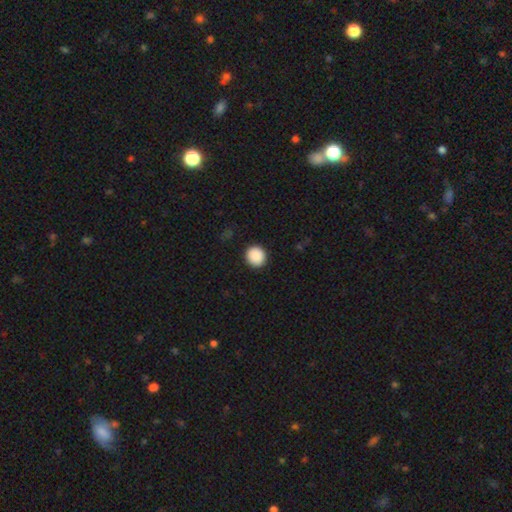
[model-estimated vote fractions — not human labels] smooth_or_featured: smooth (p=0.90) [alt: star or artifact p=0.07]
how_rounded: round (p=0.93) [alt: in between p=0.06]
merging: none (p=0.93) [alt: minor disturbance p=0.05]